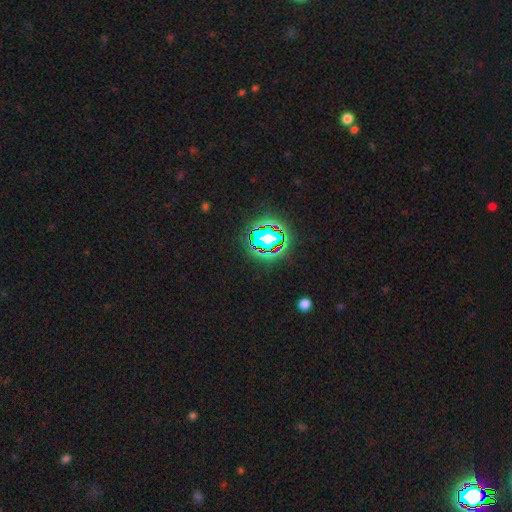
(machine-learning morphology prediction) This is clearly a star or artifact rather than a galaxy (81%).